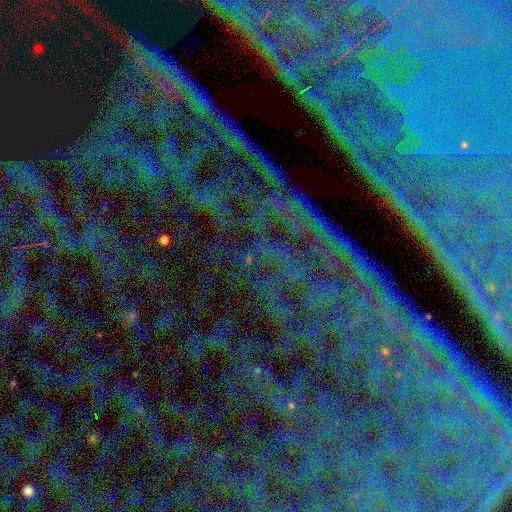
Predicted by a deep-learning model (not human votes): smooth-or-featured: star or artifact: 85% | featured or disk: 8% | smooth: 7%